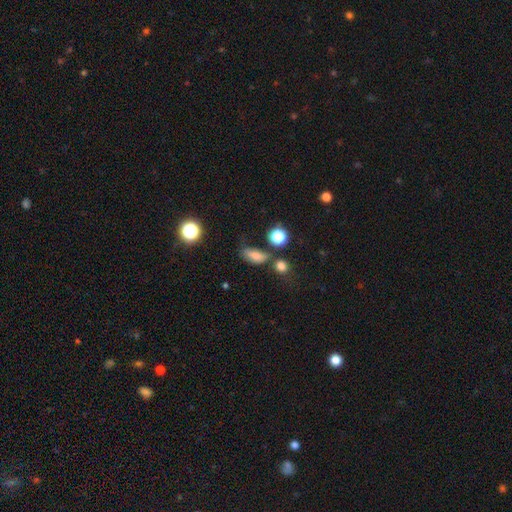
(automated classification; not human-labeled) A smooth galaxy with no disk features (70%) that is in between round and cigar-shaped (77%). Merging: none (53%).